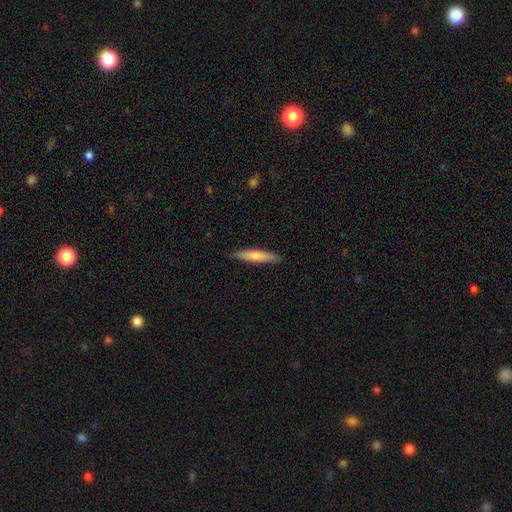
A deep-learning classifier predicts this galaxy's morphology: smooth 73%, featured or disk 22%, star or artifact 5%. Down the decision tree: how rounded — cigar-shaped (89%); merging — none (88%).